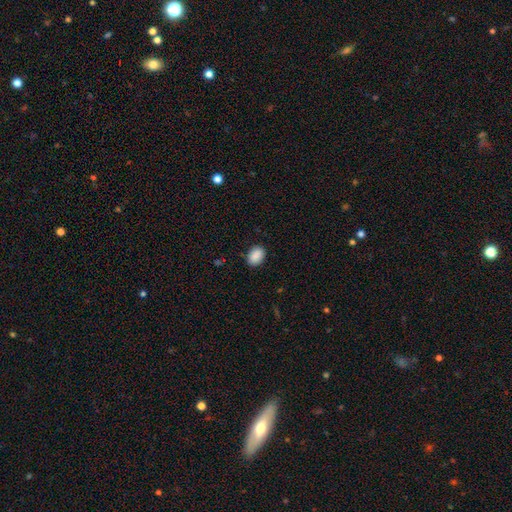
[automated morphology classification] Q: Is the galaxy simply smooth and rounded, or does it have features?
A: smooth — 90%.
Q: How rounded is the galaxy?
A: in between — 74%.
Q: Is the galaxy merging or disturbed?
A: none — 87%.